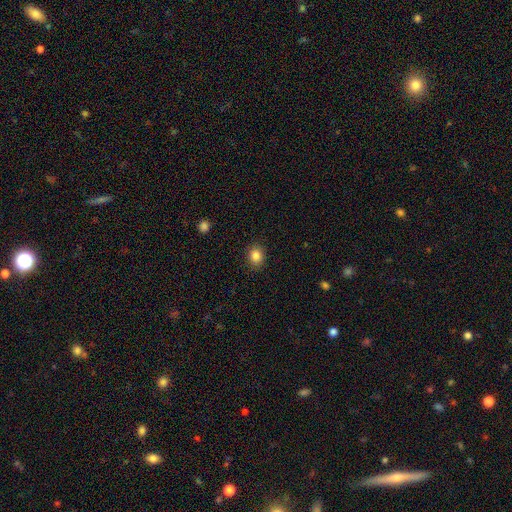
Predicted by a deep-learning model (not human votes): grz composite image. It shows a smooth galaxy with no disk features (84%) that is round (64%). Merging: none (89%).